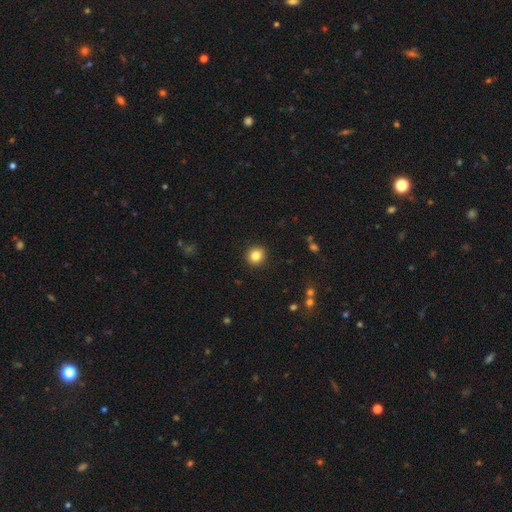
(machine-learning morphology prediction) Q: Smooth or featured?
A: smooth (84%); runner-up: star or artifact (10%)
Q: How rounded?
A: round (90%); runner-up: in between (9%)
Q: Merging?
A: none (92%); runner-up: minor disturbance (5%)